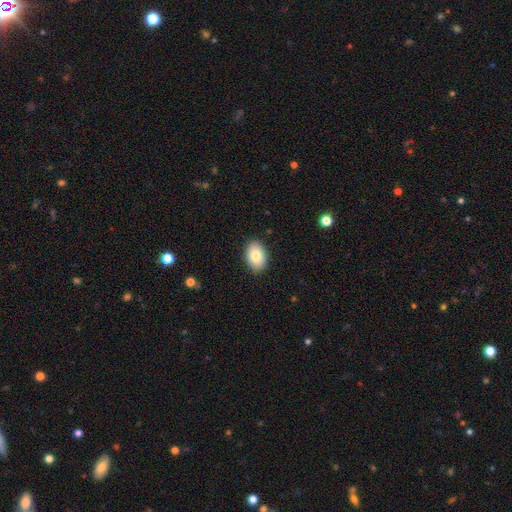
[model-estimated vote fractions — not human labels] A smooth galaxy with no disk features (81%) that is in between round and cigar-shaped (87%).

Vote fractions:
- Smooth or featured? smooth: 81% / featured or disk: 12% / star or artifact: 7%
- How rounded? in between: 87% / round: 12% / cigar-shaped: 1%
- Merging? none: 89% / minor disturbance: 9% / major disturbance: 2% / merger: 1%